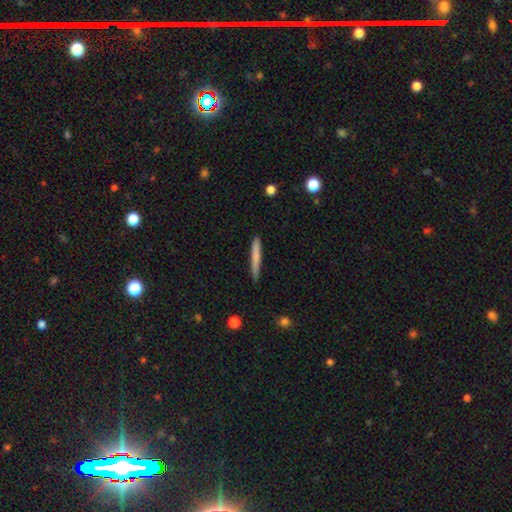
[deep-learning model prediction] smooth_or_featured: smooth (p=0.74) [alt: featured or disk p=0.20]
how_rounded: cigar-shaped (p=0.96) [alt: in between p=0.03]
merging: none (p=0.87) [alt: minor disturbance p=0.10]